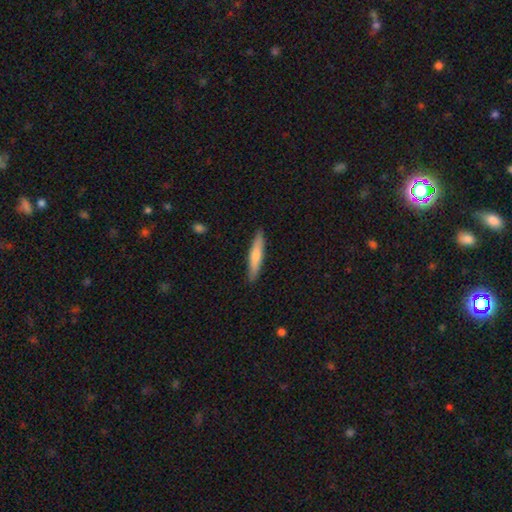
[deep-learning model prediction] Smooth or featured?
  - smooth: 70% *
  - featured or disk: 25%
  - star or artifact: 5%
How rounded?
  - cigar-shaped: 89% *
  - in between: 9%
  - round: 1%
Merging?
  - none: 90% *
  - minor disturbance: 7%
  - major disturbance: 1%
  - merger: 1%